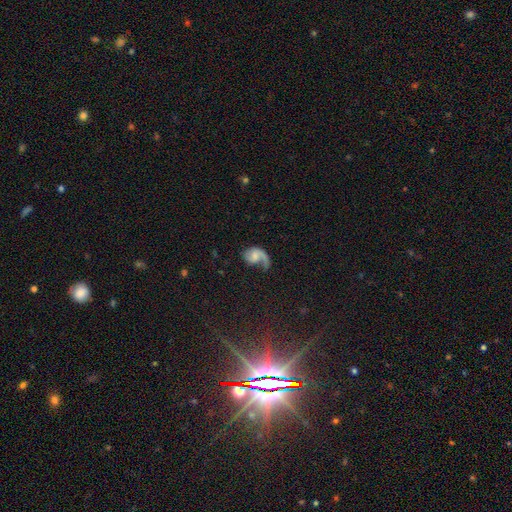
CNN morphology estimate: featured or disk 70%, smooth 23%, star or artifact 8%. Down the decision tree: edge-on disk — no (98%); bar — no (60%); spiral arms — yes (90%); spiral arm count — 1 (66%); spiral winding — loose (53%); bulge size — small (40%); merging — major disturbance (38%).